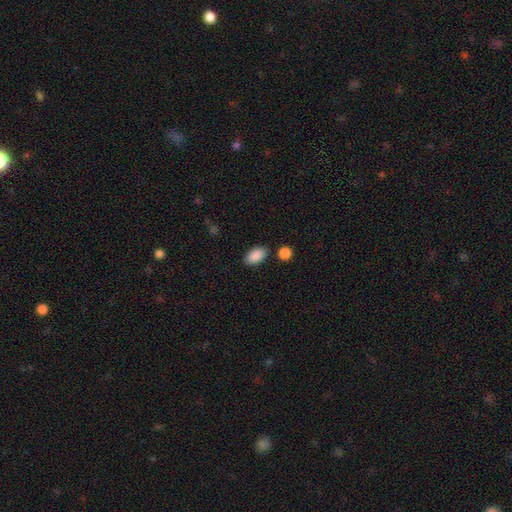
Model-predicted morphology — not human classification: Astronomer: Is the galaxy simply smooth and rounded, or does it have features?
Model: smooth — 90%.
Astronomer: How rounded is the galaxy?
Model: in between — 93%.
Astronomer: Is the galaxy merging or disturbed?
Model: none — 82%.